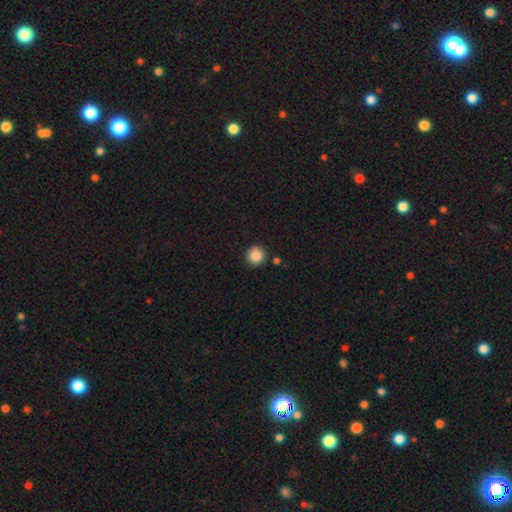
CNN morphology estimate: Smooth or featured? smooth (87%)
How rounded? round (93%)
Merging? none (86%)